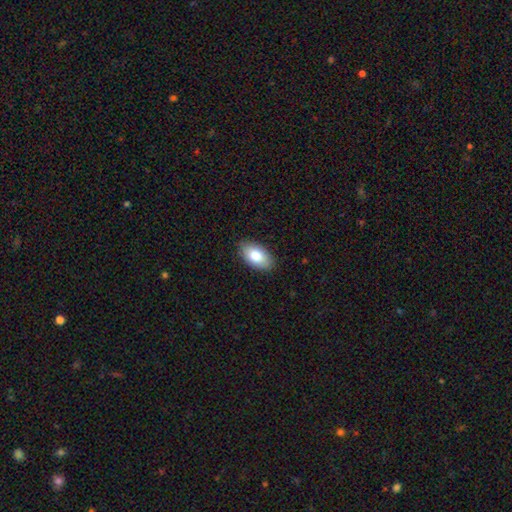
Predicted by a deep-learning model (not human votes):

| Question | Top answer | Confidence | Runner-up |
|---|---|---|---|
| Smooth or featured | smooth | 81% | featured or disk (12%) |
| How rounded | in between | 94% | round (4%) |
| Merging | none | 86% | minor disturbance (11%) |